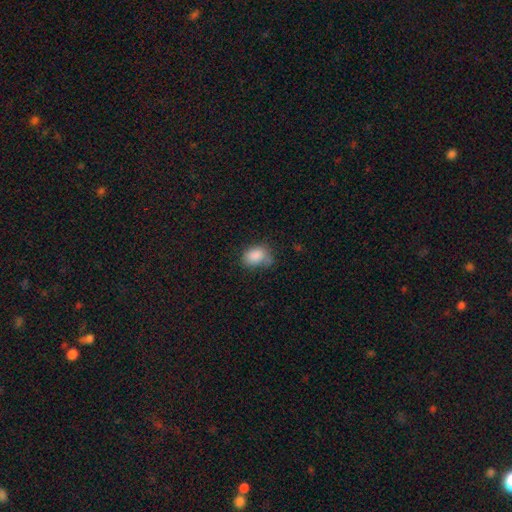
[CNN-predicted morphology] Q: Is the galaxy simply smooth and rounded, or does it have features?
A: smooth — 86%.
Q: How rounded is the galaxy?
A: in between — 76%.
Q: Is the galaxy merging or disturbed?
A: none — 57%.